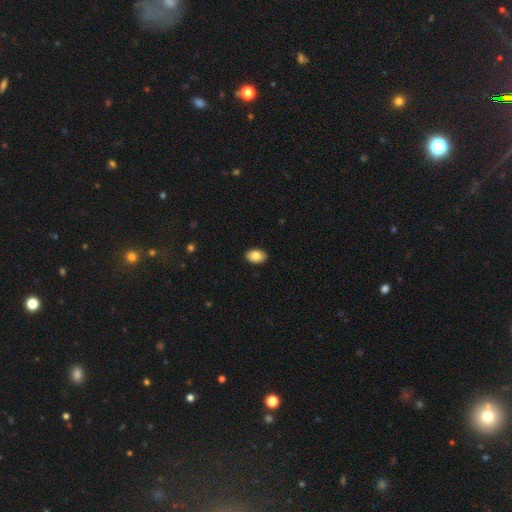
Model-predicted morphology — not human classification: The model was most divided on "how rounded": in between: 87%, round: 12%, cigar-shaped: 1%. More confident: merging — none (90%); smooth or featured — smooth (84%).